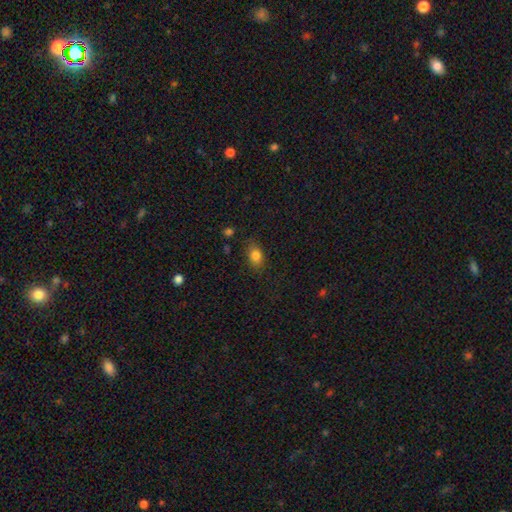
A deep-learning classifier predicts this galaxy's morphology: This is clearly a smooth galaxy (82%). How rounded: likely in between (79%). Merging: clearly none (82%).